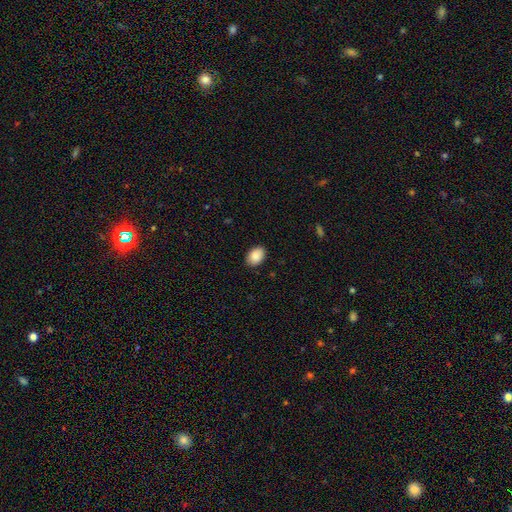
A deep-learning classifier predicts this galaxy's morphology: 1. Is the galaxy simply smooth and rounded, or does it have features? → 89% smooth, 7% star or artifact, 4% featured or disk.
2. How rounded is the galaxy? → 83% in between, 16% round, 1% cigar-shaped.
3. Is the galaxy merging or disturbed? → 89% none, 9% minor disturbance, 2% major disturbance, 1% merger.